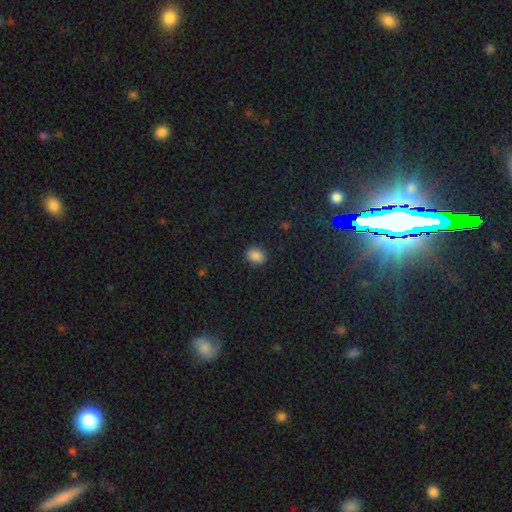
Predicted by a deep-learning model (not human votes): A smooth galaxy with no disk features (86%) that is in between round and cigar-shaped (66%). Merging: none (88%).